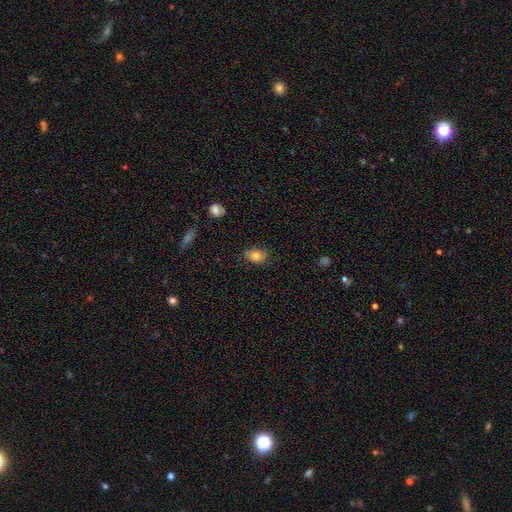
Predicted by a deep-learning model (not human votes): A smooth galaxy with no disk features (80%) that is in between round and cigar-shaped (82%). Merging: none (72%).